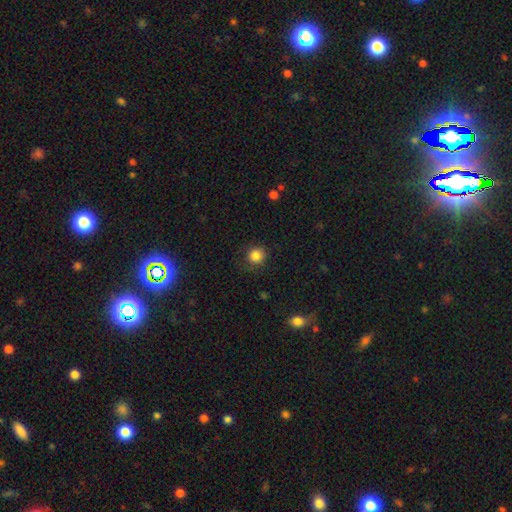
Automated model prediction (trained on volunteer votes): A smooth galaxy with no disk features (84%) that is round (91%).

Vote fractions:
- Smooth or featured? smooth: 84% / star or artifact: 11% / featured or disk: 5%
- How rounded? round: 91% / in between: 9% / cigar-shaped: 1%
- Merging? none: 83% / minor disturbance: 12% / major disturbance: 4% / merger: 1%